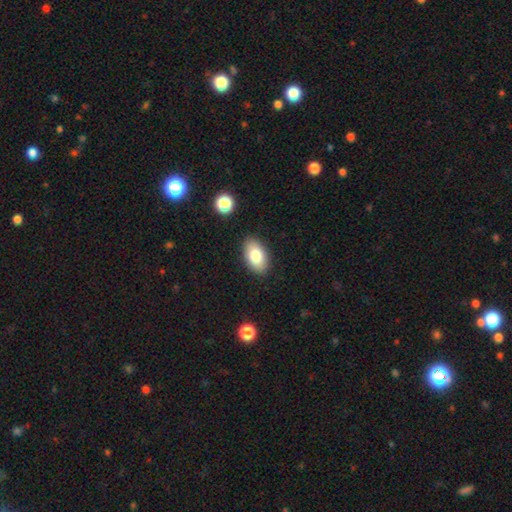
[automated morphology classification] The model was most divided on "smooth or featured": smooth: 80%, featured or disk: 13%, star or artifact: 8%. More confident: how rounded — in between (93%); merging — none (87%).